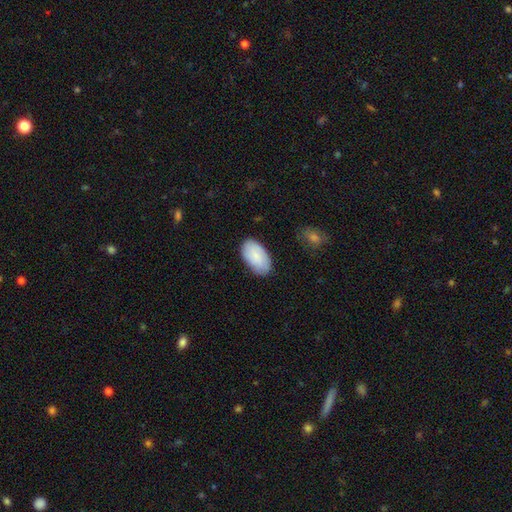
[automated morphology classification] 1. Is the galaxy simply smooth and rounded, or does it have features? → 83% smooth, 11% featured or disk, 6% star or artifact.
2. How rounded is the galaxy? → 96% in between, 3% round, 2% cigar-shaped.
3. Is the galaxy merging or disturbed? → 82% none, 14% minor disturbance, 3% major disturbance, 1% merger.